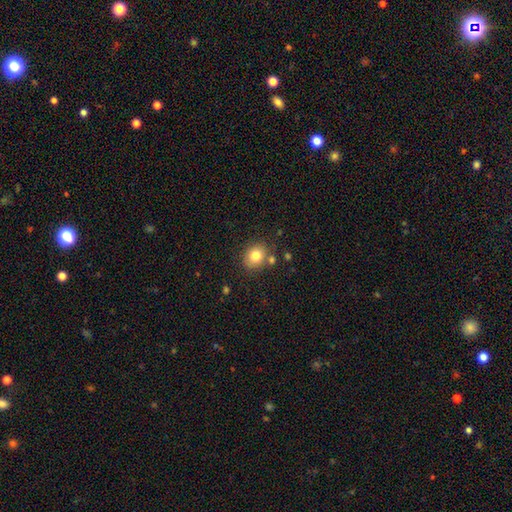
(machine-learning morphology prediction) smooth 80%, star or artifact 11%, featured or disk 9%. Down the decision tree: how rounded — round (70%); merging — none (76%).